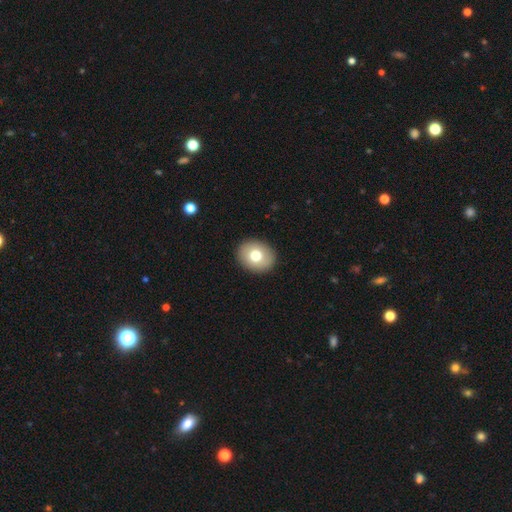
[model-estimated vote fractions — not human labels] smooth_or_featured: smooth (p=0.74) [alt: featured or disk p=0.17]
how_rounded: round (p=0.53) [alt: in between p=0.47]
merging: none (p=0.91) [alt: minor disturbance p=0.06]